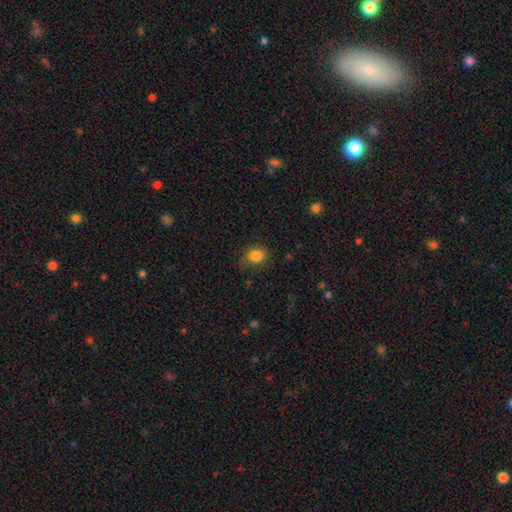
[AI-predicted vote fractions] A smooth galaxy with no disk features (84%) that is in between round and cigar-shaped (68%). Merging: none (71%).